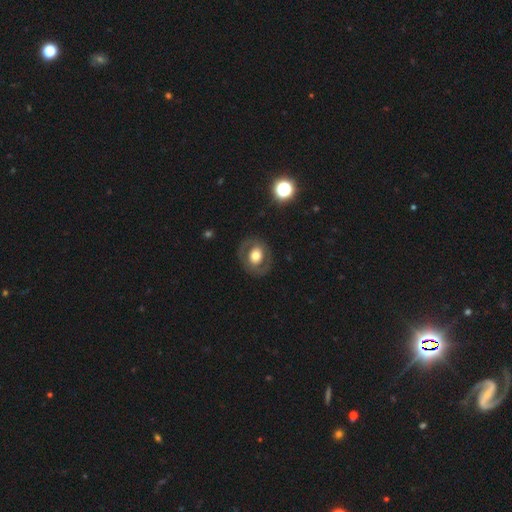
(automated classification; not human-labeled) smooth 46% (tied), featured or disk 46% (tied), star or artifact 8%. Down the decision tree: merging — none (81%).